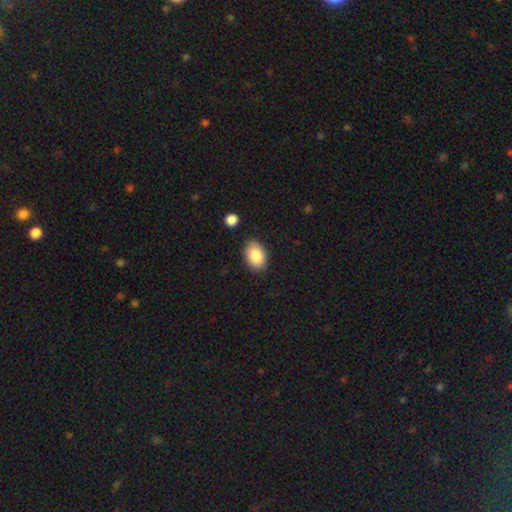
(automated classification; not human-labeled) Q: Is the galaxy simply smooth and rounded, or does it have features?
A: smooth — 87%.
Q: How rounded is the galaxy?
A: in between — 87%.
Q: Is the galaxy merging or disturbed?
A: none — 84%.